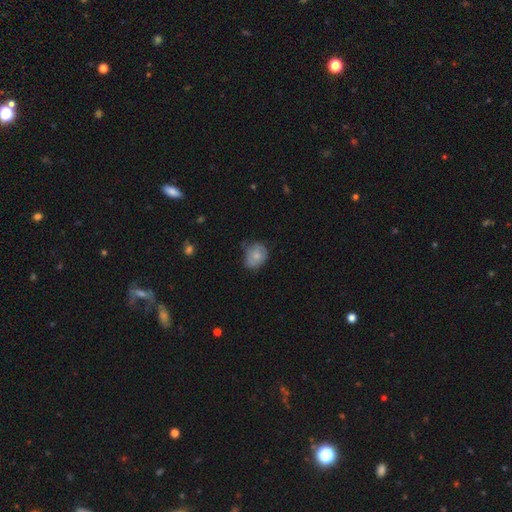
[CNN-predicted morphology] type=smooth (70%); roundness=round (56%); merging=none (53%).